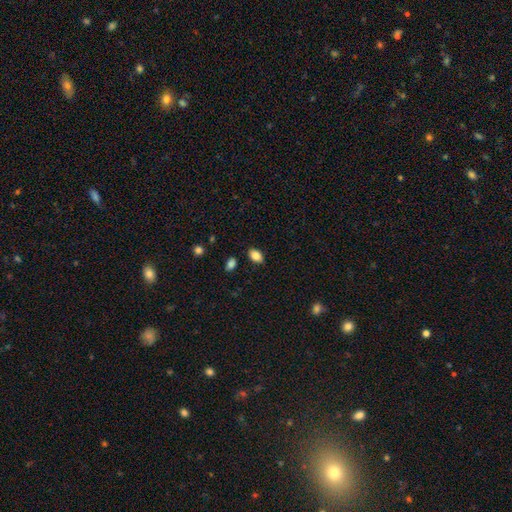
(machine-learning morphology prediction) smooth 86%, star or artifact 9%, featured or disk 6%. Down the decision tree: how rounded — in between (88%); merging — none (86%).